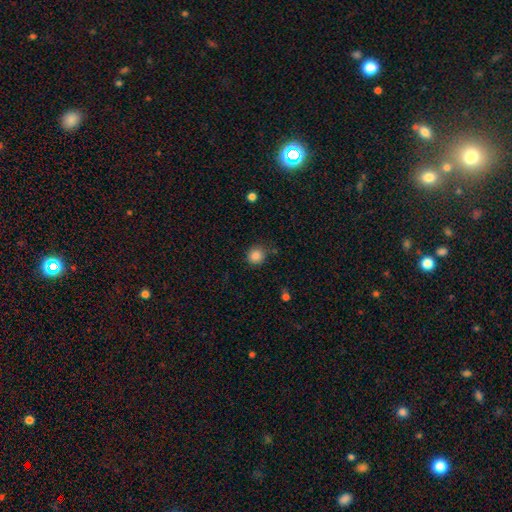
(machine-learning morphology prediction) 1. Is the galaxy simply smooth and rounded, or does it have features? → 86% smooth, 10% star or artifact, 4% featured or disk.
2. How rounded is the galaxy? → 89% round, 10% in between, 1% cigar-shaped.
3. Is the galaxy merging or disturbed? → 79% none, 15% minor disturbance, 3% major disturbance, 3% merger.